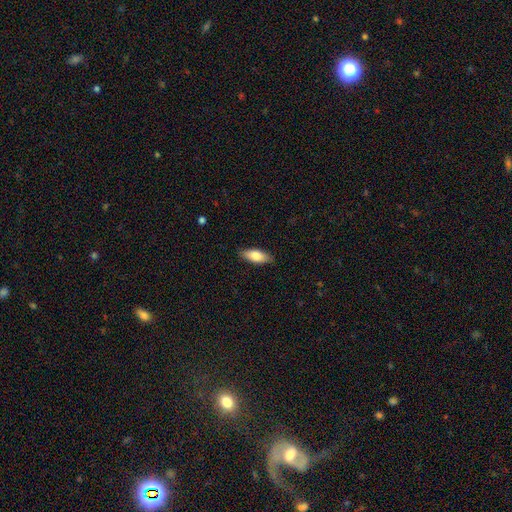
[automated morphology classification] Smooth or featured? smooth (78%)
How rounded? in between (75%)
Merging? none (87%)